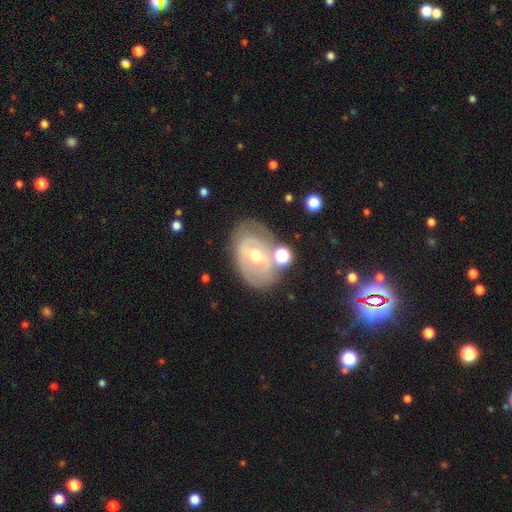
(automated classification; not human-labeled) Overall: featured or disk (70%). Edge-on disk: no (94%). Bar: no (42%; weak 39%). Spiral arms: yes (53%; no 47%). Bulge size: moderate (71%). Merging: none (63%).